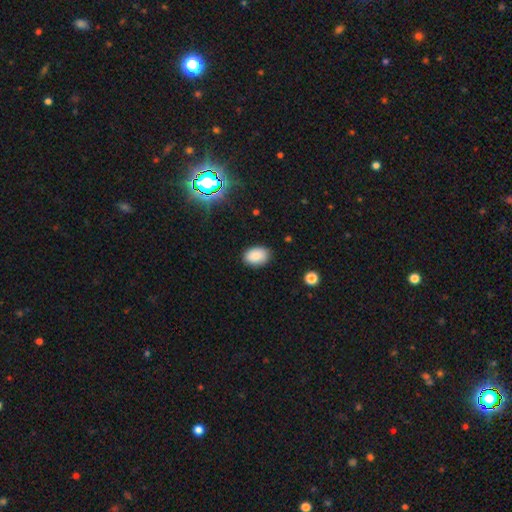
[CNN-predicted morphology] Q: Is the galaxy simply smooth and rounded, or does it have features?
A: smooth — 86%.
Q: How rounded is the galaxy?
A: in between — 84%.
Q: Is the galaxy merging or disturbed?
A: none — 85%.